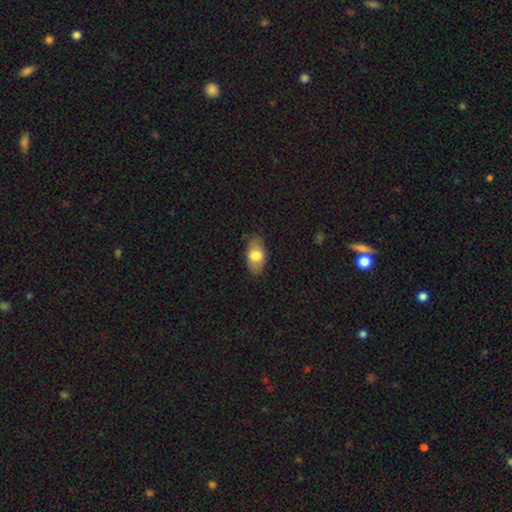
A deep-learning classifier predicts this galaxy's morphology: This appears to be a smooth galaxy with no disk features (73%) that is in between round and cigar-shaped (91%). Merging: none (82%).